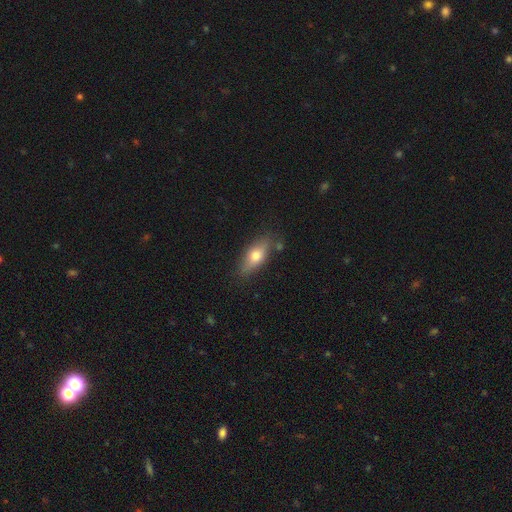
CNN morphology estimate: smooth-or-featured: smooth: 65% | featured or disk: 28% | star or artifact: 7%
  how-rounded: in between: 70% | cigar-shaped: 26% | round: 5%
  merging: none: 78% | minor disturbance: 15% | merger: 3% | major disturbance: 3%